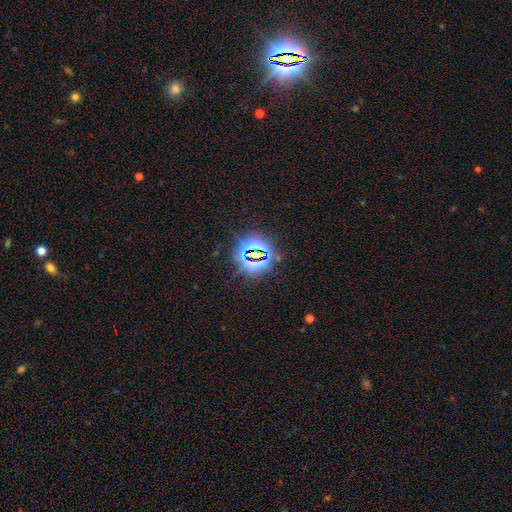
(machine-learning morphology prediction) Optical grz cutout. It shows a star or artifact, not a galaxy (79%).